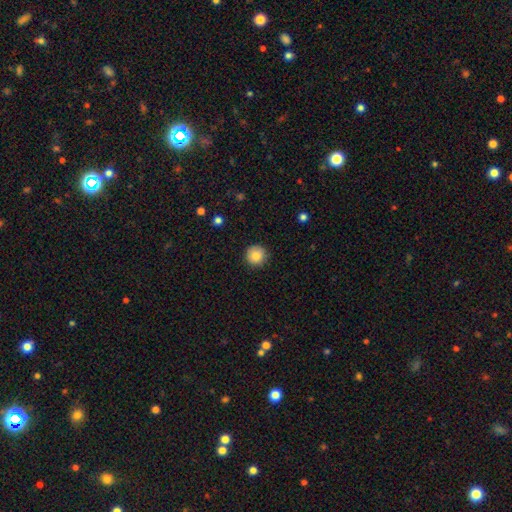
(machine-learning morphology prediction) smooth 84%, star or artifact 9%, featured or disk 7%. Down the decision tree: how rounded — round (95%); merging — none (89%).